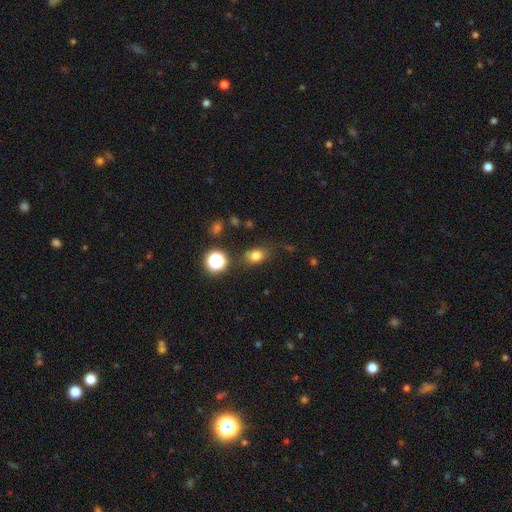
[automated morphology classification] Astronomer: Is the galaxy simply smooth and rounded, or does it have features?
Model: smooth — 78%.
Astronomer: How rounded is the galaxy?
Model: in between — 63%.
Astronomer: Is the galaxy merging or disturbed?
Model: none — 78%.